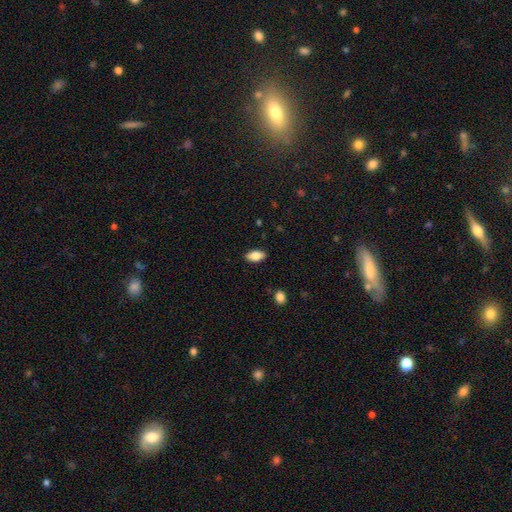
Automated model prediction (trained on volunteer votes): Q: Smooth or featured?
A: smooth (82%); runner-up: featured or disk (11%)
Q: How rounded?
A: in between (91%); runner-up: cigar-shaped (6%)
Q: Merging?
A: none (88%); runner-up: minor disturbance (9%)